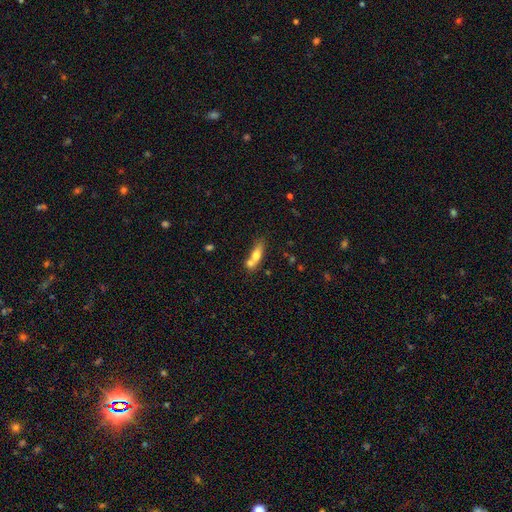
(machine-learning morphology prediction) Smooth or featured: smooth — 68% (featured or disk — 24%)
How rounded: in between — 60% (cigar-shaped — 30%)
Merging: merger — 55% (none — 30%)